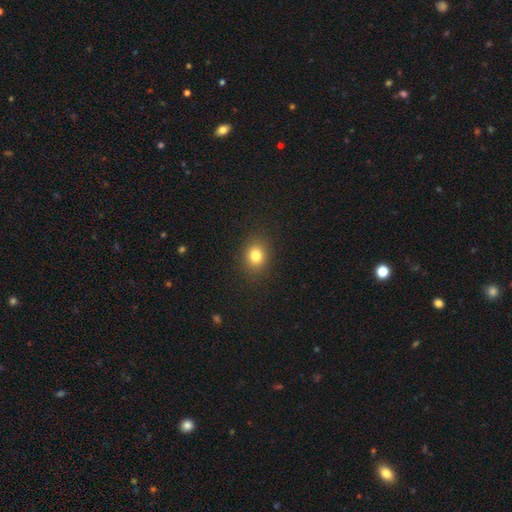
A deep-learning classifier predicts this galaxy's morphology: This appears to be a smooth galaxy with no disk features (81%) that is round (61%). Merging: none (88%).